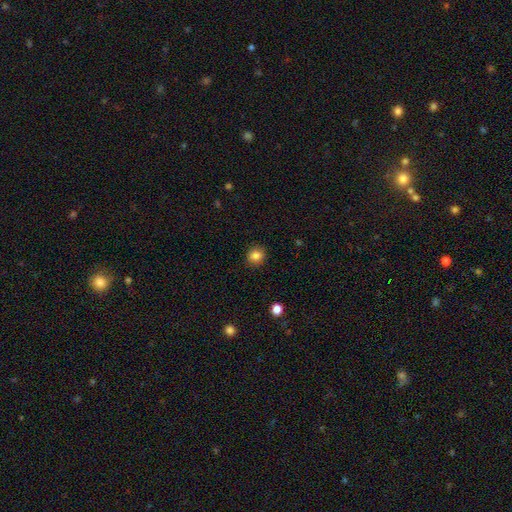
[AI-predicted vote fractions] Smooth or featured?
  - smooth: 84% *
  - star or artifact: 11%
  - featured or disk: 5%
How rounded?
  - round: 83% *
  - in between: 16%
  - cigar-shaped: 1%
Merging?
  - none: 89% *
  - minor disturbance: 7%
  - major disturbance: 2%
  - merger: 1%